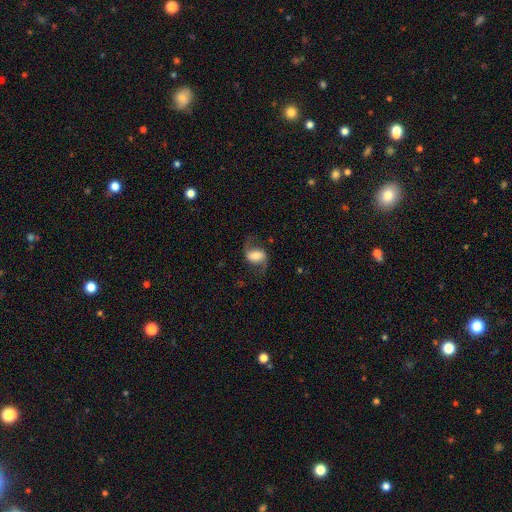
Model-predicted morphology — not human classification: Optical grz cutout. It shows a featured or disk galaxy (67%) with a weak bar (40%), 2 (91%) loose (63%) spiral arms (92%) and a moderate central bulge (39%). Merging: none (70%).